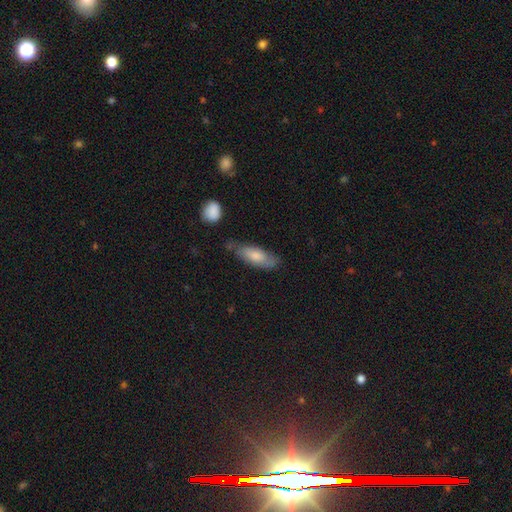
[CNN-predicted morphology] smooth-or-featured: smooth: 71% | featured or disk: 22% | star or artifact: 6%
  how-rounded: in between: 66% | cigar-shaped: 32% | round: 2%
  merging: none: 64% | minor disturbance: 24% | major disturbance: 6% | merger: 6%